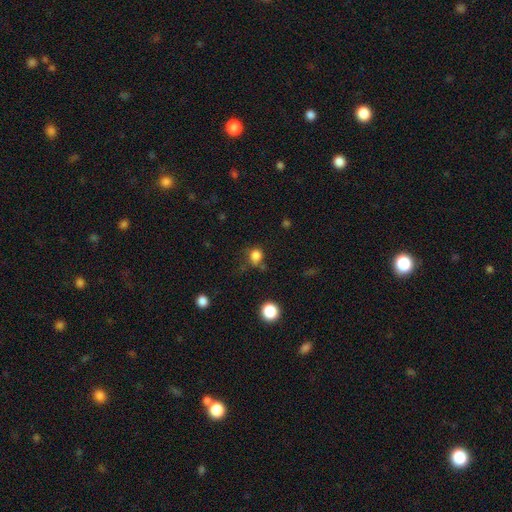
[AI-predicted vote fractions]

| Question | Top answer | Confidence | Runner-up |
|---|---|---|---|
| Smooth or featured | smooth | 81% | star or artifact (14%) |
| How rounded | round | 76% | in between (23%) |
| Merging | none | 59% | minor disturbance (23%) |